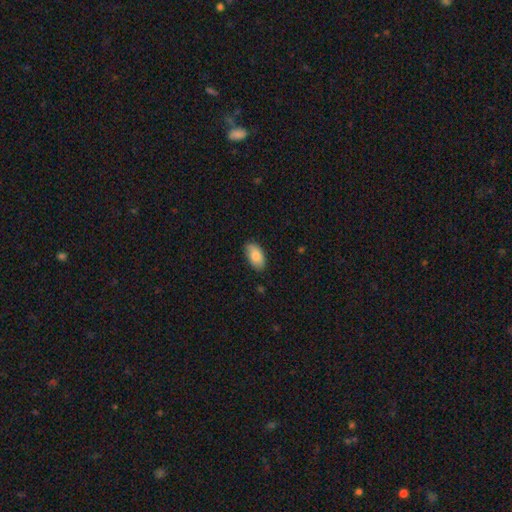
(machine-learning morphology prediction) This is clearly a smooth galaxy (82%). How rounded: clearly in between (94%). Merging: likely none (79%).